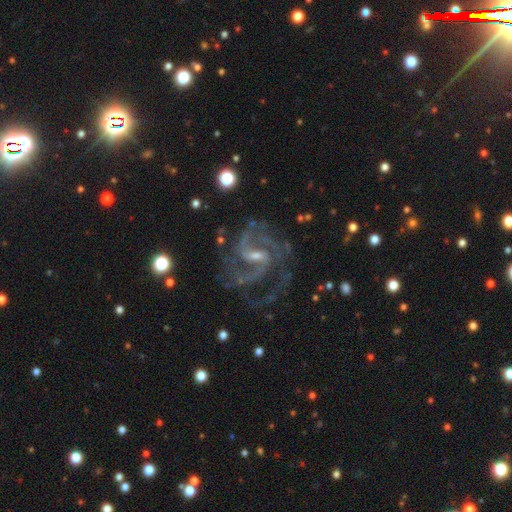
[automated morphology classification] Smooth or featured?
  - featured or disk: 92% *
  - star or artifact: 5%
  - smooth: 3%
Edge-on disk?
  - no: 98% *
  - yes: 2%
Bar?
  - weak: 55% *
  - strong: 27%
  - no: 17%
Spiral arms?
  - yes: 98% *
  - no: 2%
Spiral winding?
  - medium: 59% *
  - tight: 26%
  - loose: 15%
Spiral arm count?
  - 2: 52% *
  - 3: 20%
  - can't tell: 10%
  - 4: 7%
  - 1: 5%
  - more than 4: 5%
Bulge size?
  - small: 63% *
  - moderate: 28%
  - none: 6%
  - large: 1%
  - dominant: 1%
Merging?
  - none: 66% *
  - minor disturbance: 17%
  - major disturbance: 16%
  - merger: 2%